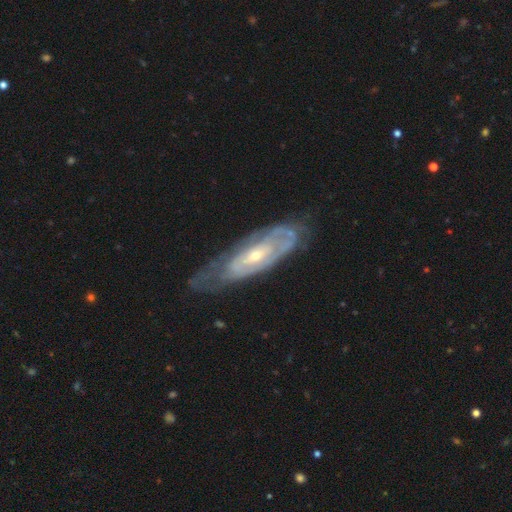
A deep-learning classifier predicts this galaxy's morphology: Smooth or featured: featured or disk — 81% (smooth — 14%)
Edge-on disk: no — 84% (yes — 16%)
Bar: no — 62% (weak — 28%)
Spiral arms: yes — 77% (no — 23%)
Spiral winding: tight — 68% (medium — 24%)
Spiral arm count: can't tell — 58% (2 — 26%)
Bulge size: small — 61% (moderate — 36%)
Merging: none — 61% (minor disturbance — 25%)